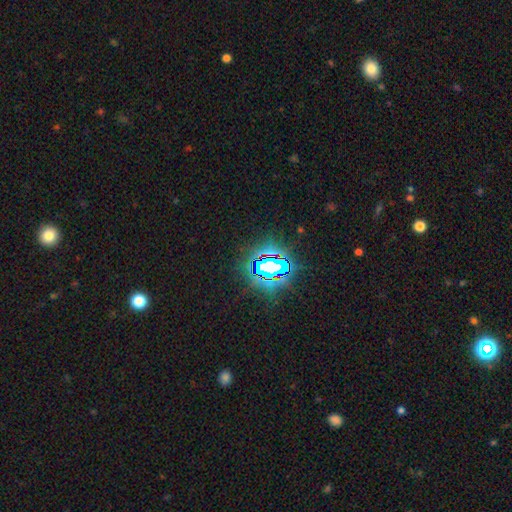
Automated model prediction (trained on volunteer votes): Q: Smooth or featured?
A: star or artifact (82%); runner-up: smooth (11%)